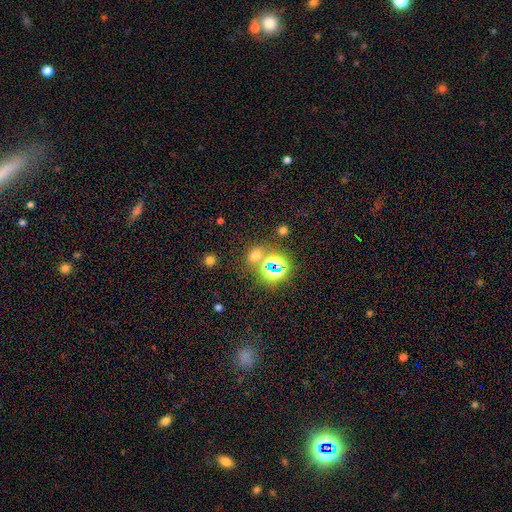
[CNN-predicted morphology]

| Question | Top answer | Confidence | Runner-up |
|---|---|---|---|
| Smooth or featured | smooth | 52% | star or artifact (41%) |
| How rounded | round | 70% | in between (29%) |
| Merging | none | 71% | merger (16%) |